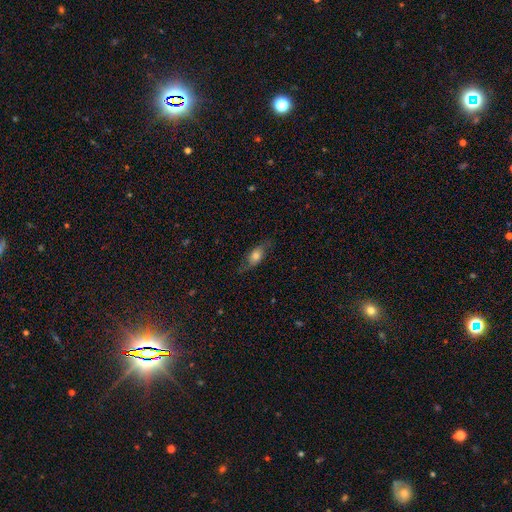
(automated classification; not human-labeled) Smooth or featured?
  - smooth: 55% *
  - featured or disk: 36%
  - star or artifact: 9%
How rounded?
  - in between: 75% *
  - cigar-shaped: 16%
  - round: 10%
Merging?
  - none: 69% *
  - minor disturbance: 21%
  - major disturbance: 8%
  - merger: 1%